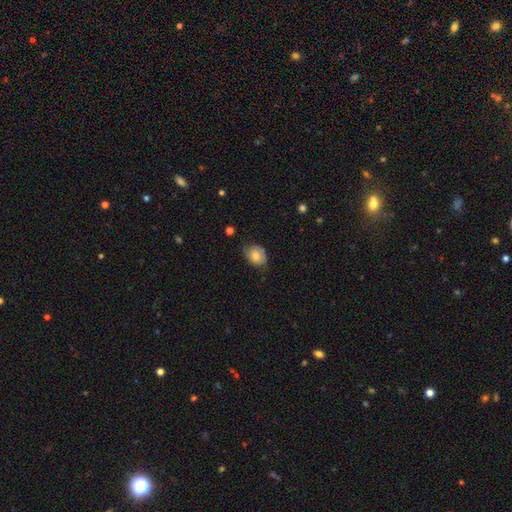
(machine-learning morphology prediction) The model was most divided on "how rounded": in between: 59%, round: 40%, cigar-shaped: 1%. More confident: smooth or featured — smooth (74%); merging — none (63%).